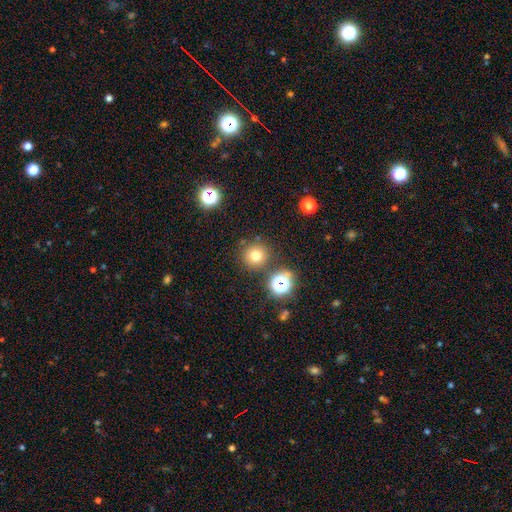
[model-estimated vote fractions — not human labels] Overall: smooth (72%). How rounded: round (94%). Merging: none (84%).